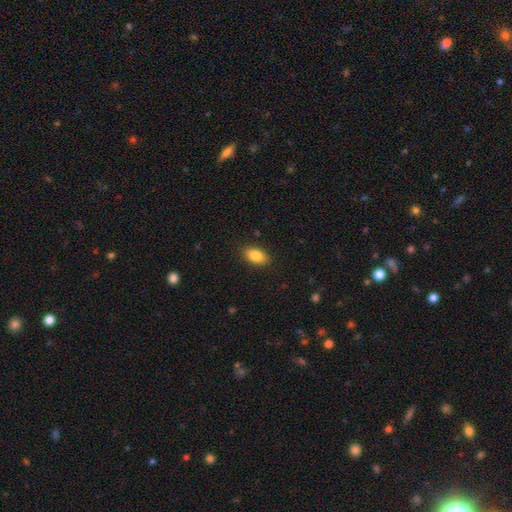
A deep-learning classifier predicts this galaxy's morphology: Smooth or featured: smooth — 84% (featured or disk — 8%)
How rounded: in between — 90% (round — 7%)
Merging: none — 88% (minor disturbance — 9%)